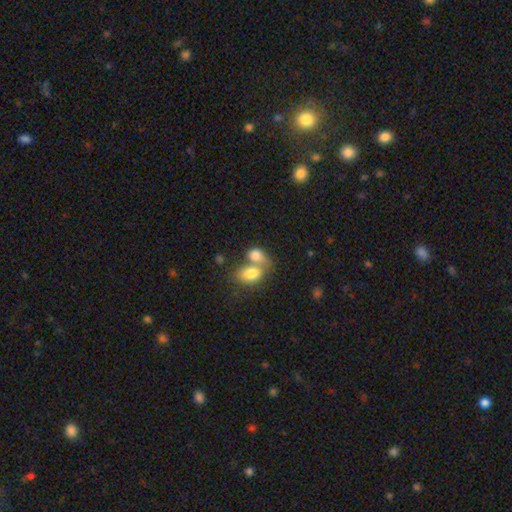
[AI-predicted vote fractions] A smooth galaxy with no disk features (79%) that is in between round and cigar-shaped (73%).

Vote fractions:
- Smooth or featured? smooth: 79% / featured or disk: 12% / star or artifact: 8%
- How rounded? in between: 73% / round: 25% / cigar-shaped: 2%
- Merging? merger: 67% / none: 21% / minor disturbance: 8% / major disturbance: 5%